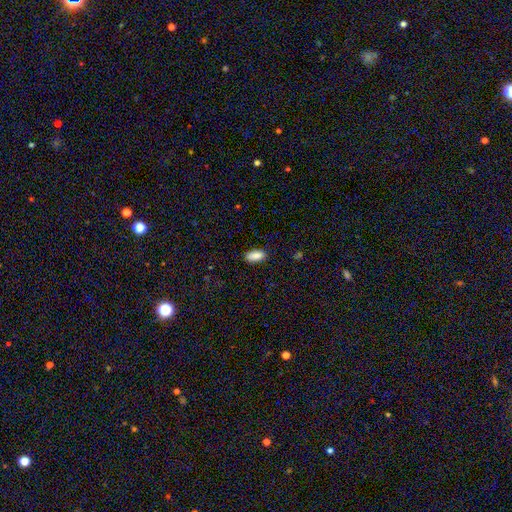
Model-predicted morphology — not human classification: smooth_or_featured: smooth (p=0.89) [alt: star or artifact p=0.07]
how_rounded: in between (p=0.91) [alt: cigar-shaped p=0.07]
merging: none (p=0.87) [alt: minor disturbance p=0.09]